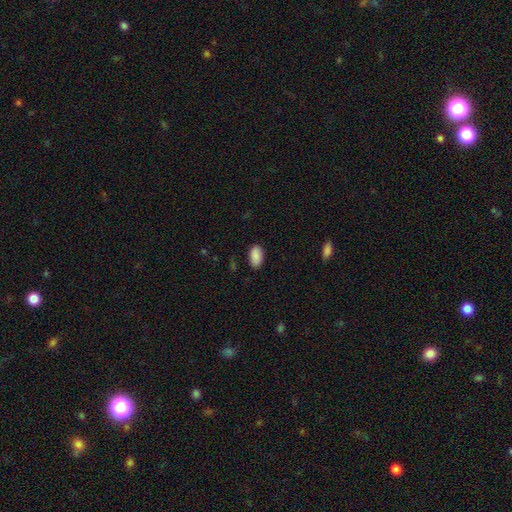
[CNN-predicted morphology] Smooth or featured? Predicted: smooth (p=0.90). How rounded? Predicted: in between (p=0.94). Merging? Predicted: none (p=0.85).